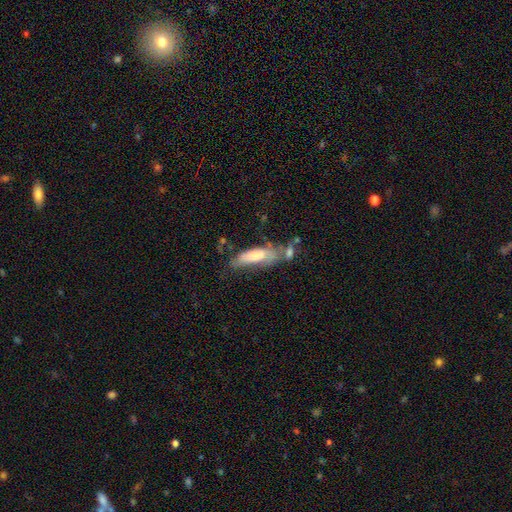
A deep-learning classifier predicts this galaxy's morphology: Smooth or featured?
  - smooth: 63% *
  - featured or disk: 31%
  - star or artifact: 6%
How rounded?
  - cigar-shaped: 53% *
  - in between: 45%
  - round: 2%
Merging?
  - none: 36% *
  - minor disturbance: 26%
  - merger: 22%
  - major disturbance: 16%